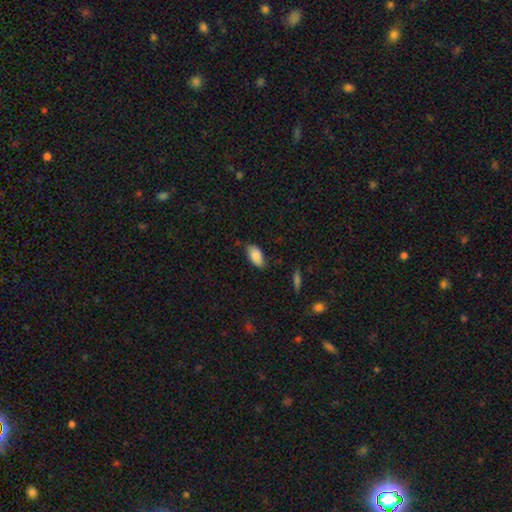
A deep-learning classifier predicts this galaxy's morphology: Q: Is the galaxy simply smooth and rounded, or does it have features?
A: smooth — 86%.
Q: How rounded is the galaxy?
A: in between — 93%.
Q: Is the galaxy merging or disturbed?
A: none — 73%.